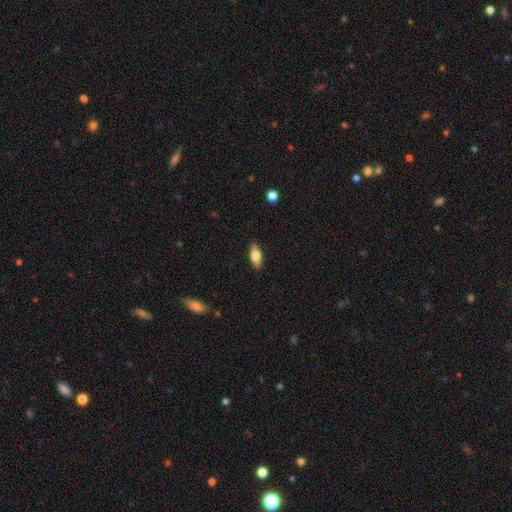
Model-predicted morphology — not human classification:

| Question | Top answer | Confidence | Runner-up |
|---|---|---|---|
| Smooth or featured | smooth | 76% | featured or disk (17%) |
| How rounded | in between | 79% | cigar-shaped (18%) |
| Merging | none | 88% | minor disturbance (9%) |